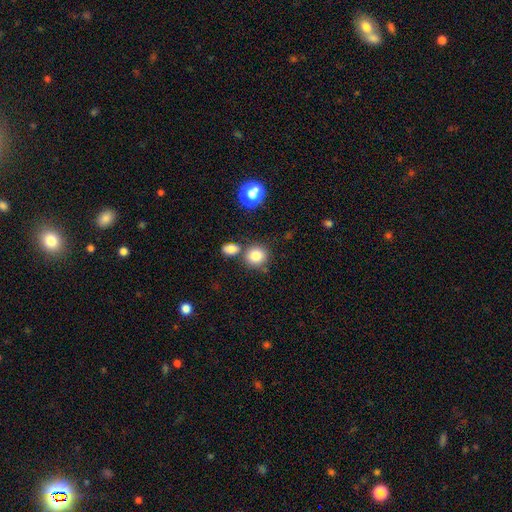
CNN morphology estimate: type=smooth (83%); roundness=round (84%); merging=none (68%).